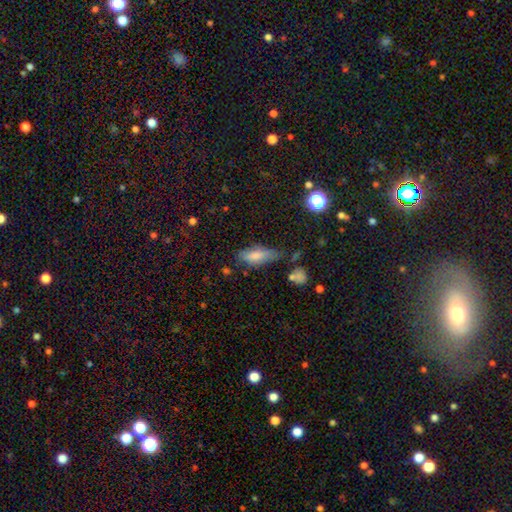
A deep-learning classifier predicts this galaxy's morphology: A smooth galaxy with no disk features (76%) that is in between round and cigar-shaped (77%).

Vote fractions:
- Smooth or featured? smooth: 76% / featured or disk: 15% / star or artifact: 8%
- How rounded? in between: 77% / cigar-shaped: 20% / round: 3%
- Merging? none: 44% / minor disturbance: 35% / major disturbance: 15% / merger: 7%